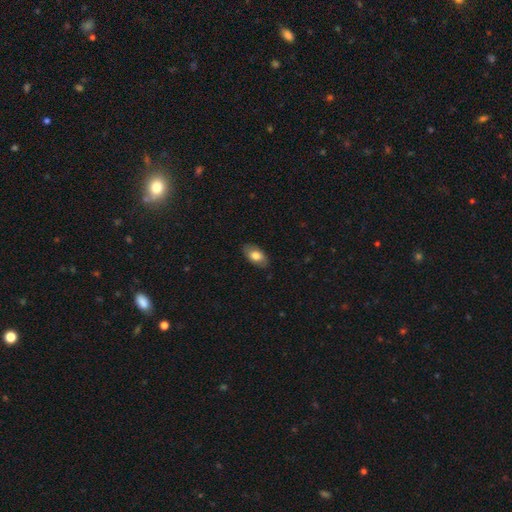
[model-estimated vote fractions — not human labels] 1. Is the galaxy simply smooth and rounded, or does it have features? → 75% smooth, 19% featured or disk, 6% star or artifact.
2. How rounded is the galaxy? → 93% in between, 5% round, 2% cigar-shaped.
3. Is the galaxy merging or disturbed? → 84% none, 13% minor disturbance, 3% major disturbance, 1% merger.